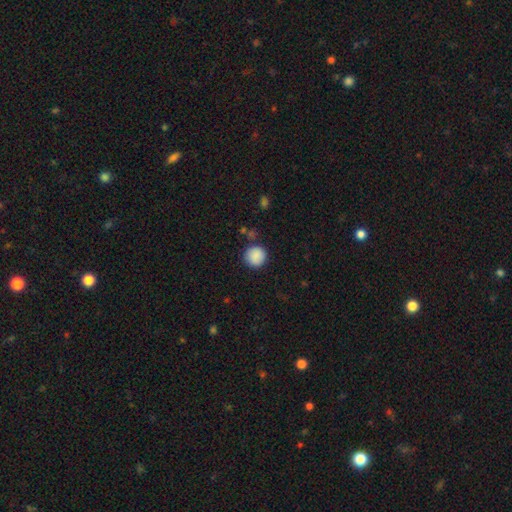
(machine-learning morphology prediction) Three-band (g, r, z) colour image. It shows a smooth galaxy with no disk features (88%) that is round (92%). Merging: none (84%).